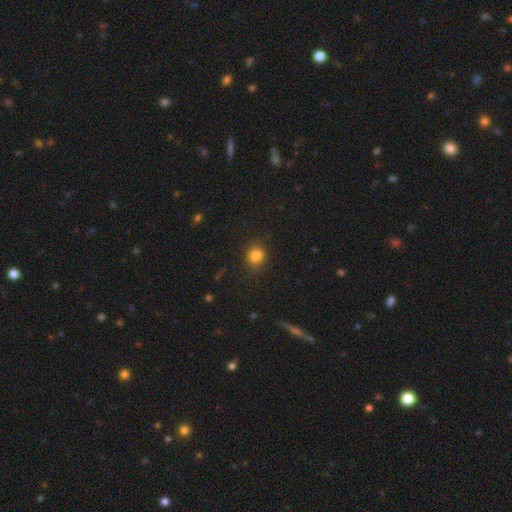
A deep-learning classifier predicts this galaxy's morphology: A smooth galaxy with no disk features (82%) that is round (65%).

Vote fractions:
- Smooth or featured? smooth: 82% / star or artifact: 12% / featured or disk: 6%
- How rounded? round: 65% / in between: 34% / cigar-shaped: 1%
- Merging? none: 74% / minor disturbance: 18% / major disturbance: 5% / merger: 3%